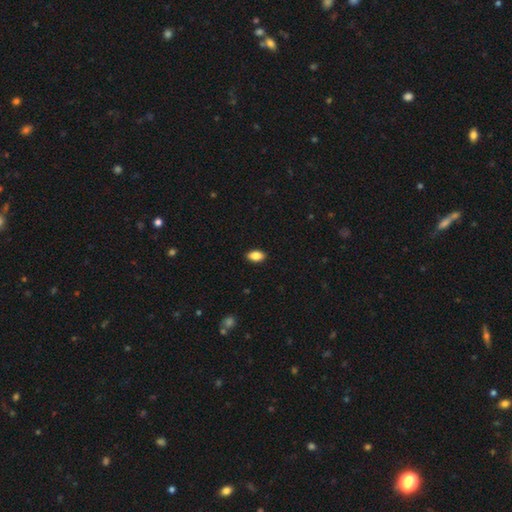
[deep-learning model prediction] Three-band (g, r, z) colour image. It shows a smooth galaxy with no disk features (87%) that is in between round and cigar-shaped (91%). Merging: none (90%).